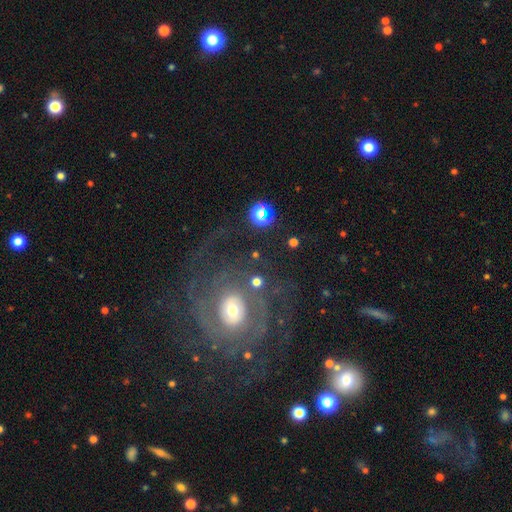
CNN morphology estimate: The model was most divided on "spiral arm count": can't tell: 32%, 2: 25%, 3: 15%, 4: 11%, more than 4: 9%, 1: 8%. More confident: edge-on disk — no (97%); spiral arms — yes (87%); smooth or featured — featured or disk (74%); merging — none (70%); bar — no (65%); spiral winding — tight (57%); bulge size — moderate (52%).